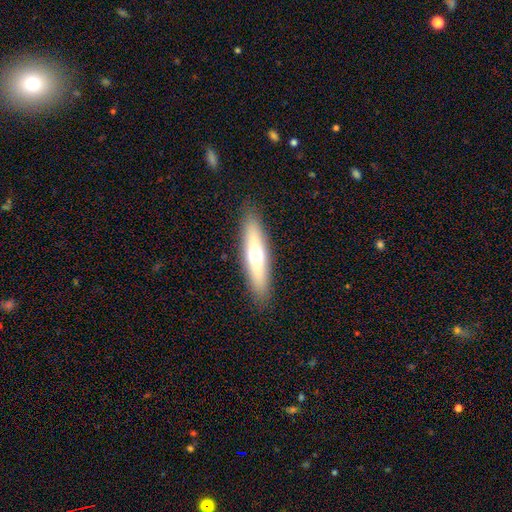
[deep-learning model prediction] smooth 53%, featured or disk 40%, star or artifact 7%. Down the decision tree: how rounded — cigar-shaped (75%); merging — none (89%).